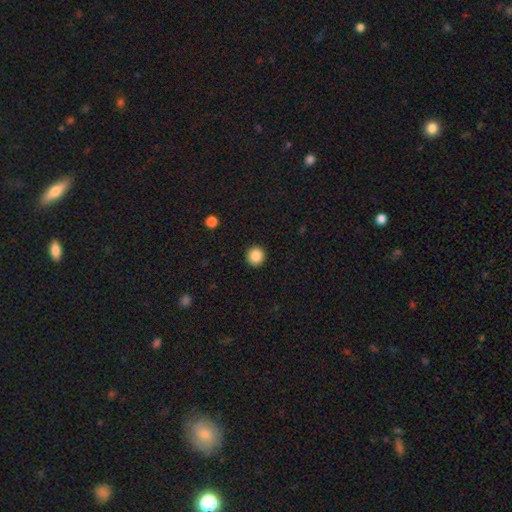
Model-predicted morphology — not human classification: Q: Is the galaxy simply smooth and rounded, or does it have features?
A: smooth — 86%.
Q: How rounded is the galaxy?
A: round — 95%.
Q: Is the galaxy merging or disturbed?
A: none — 93%.